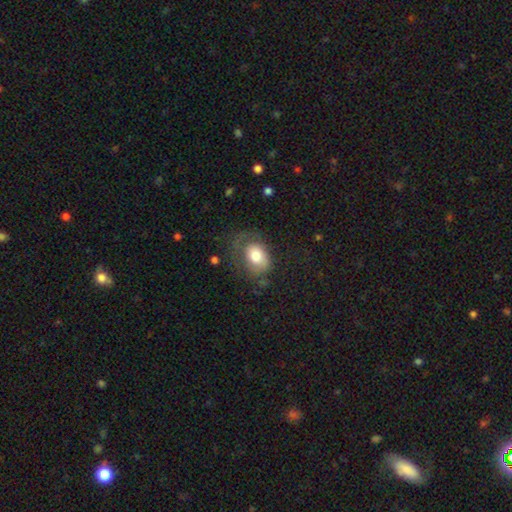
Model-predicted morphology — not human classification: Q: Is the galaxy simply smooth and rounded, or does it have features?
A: smooth — 66%.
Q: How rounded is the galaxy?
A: in between — 71%.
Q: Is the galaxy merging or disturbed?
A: none — 42%.